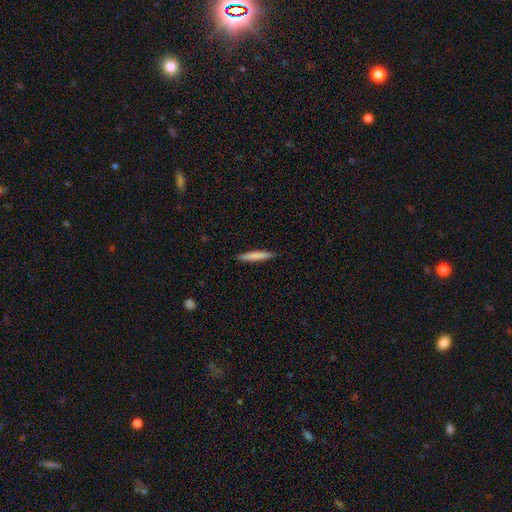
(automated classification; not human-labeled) Smooth or featured? smooth (76%)
How rounded? cigar-shaped (94%)
Merging? none (88%)